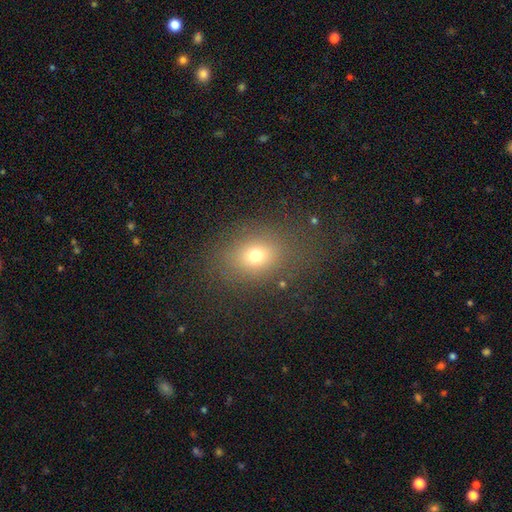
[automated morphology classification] A smooth galaxy with no disk features (70%) that is in between round and cigar-shaped (52%). Merging: none (77%).